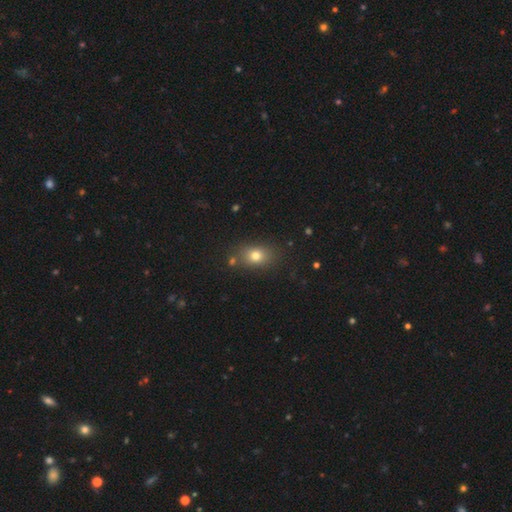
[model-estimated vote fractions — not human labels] The model was most divided on "how rounded": in between: 64%, round: 35%, cigar-shaped: 2%. More confident: merging — none (79%); smooth or featured — smooth (75%).